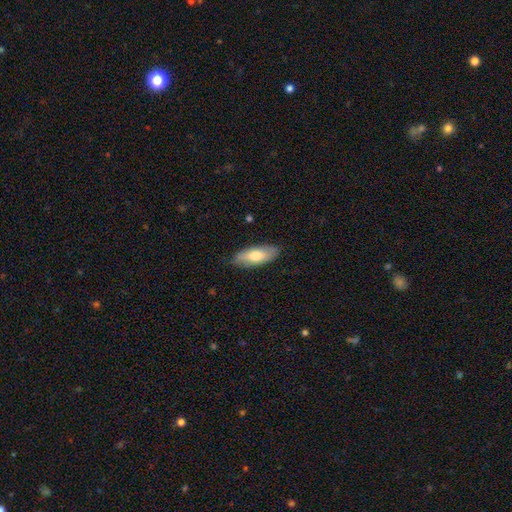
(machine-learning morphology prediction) smooth_or_featured: smooth (p=0.68) [alt: featured or disk p=0.27]
how_rounded: in between (p=0.77) [alt: cigar-shaped p=0.21]
merging: none (p=0.84) [alt: minor disturbance p=0.13]